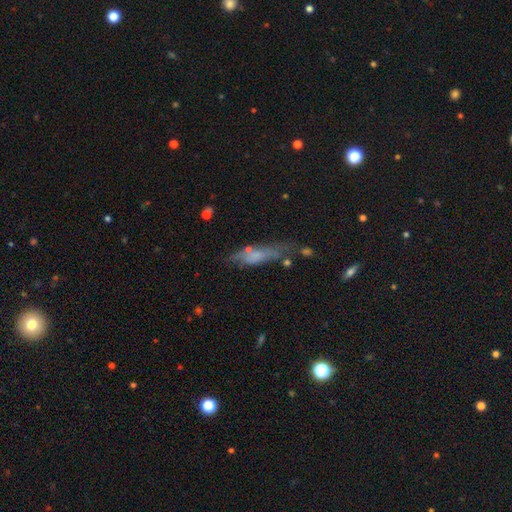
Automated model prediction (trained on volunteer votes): This is possibly a smooth galaxy (54%). How rounded: likely cigar-shaped (65%). Merging: possibly none (50%).